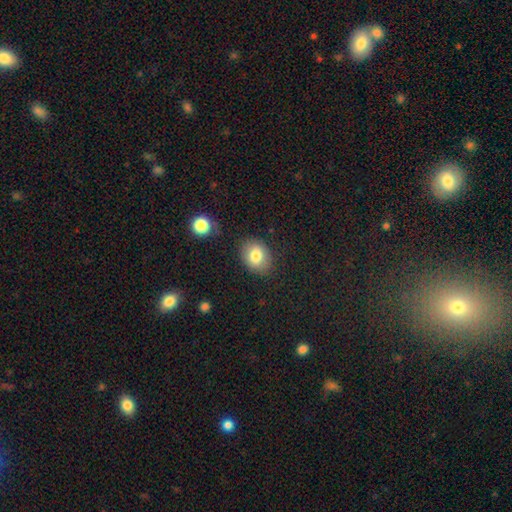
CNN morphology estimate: Overall: smooth (80%). How rounded: in between (53%; round 46%). Merging: none (82%).